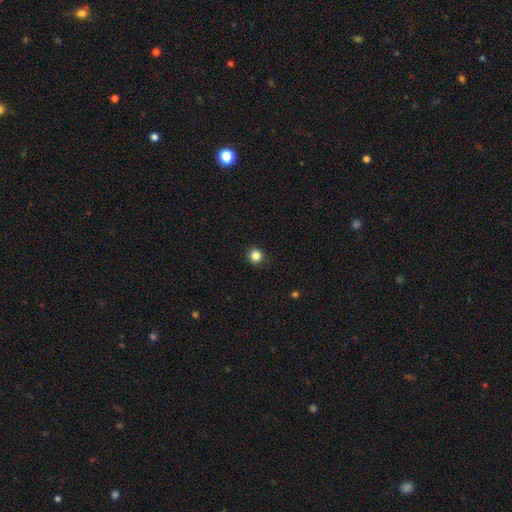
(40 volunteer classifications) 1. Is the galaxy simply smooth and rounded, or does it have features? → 95% smooth, 5% star or artifact, 0% featured or disk.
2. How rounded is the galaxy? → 100% round, 0% in between, 0% cigar-shaped.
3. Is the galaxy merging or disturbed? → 95% none, 5% minor disturbance, 0% major disturbance, 0% merger.